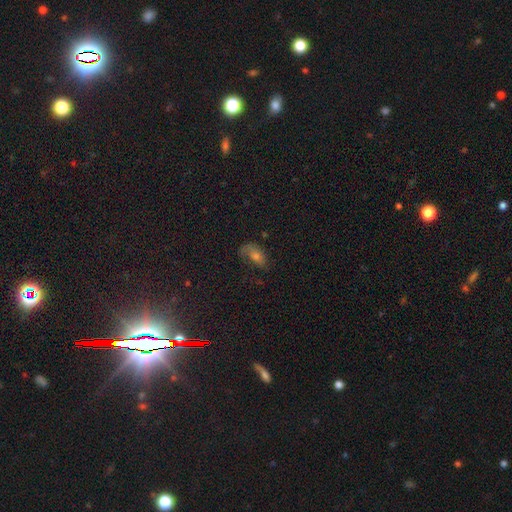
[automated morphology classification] A smooth galaxy with no disk features (44%).

Vote fractions:
- Smooth or featured? smooth: 44% / featured or disk: 35% / star or artifact: 21%
- Merging? none: 50% / minor disturbance: 26% / major disturbance: 21% / merger: 3%